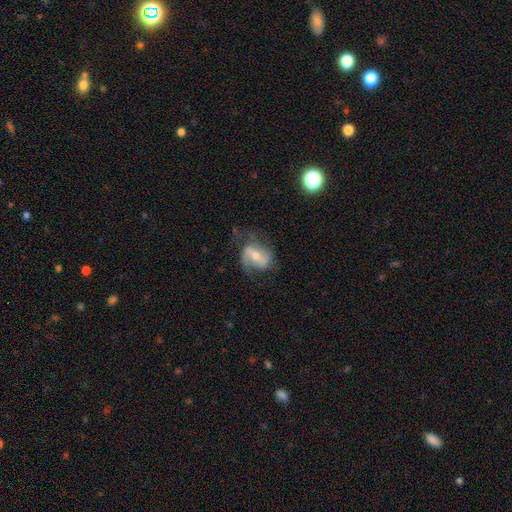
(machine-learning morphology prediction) This appears to be a featured or disk galaxy (71%) with a weak bar (42%), 2 (80%) medium (43%) spiral arms (85%) and a moderate central bulge (58%). Merging: none (58%).